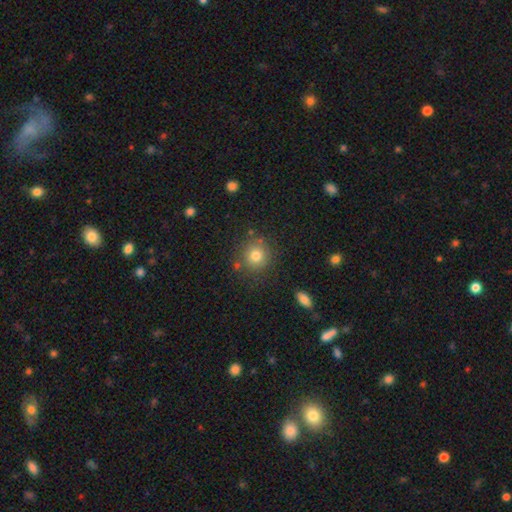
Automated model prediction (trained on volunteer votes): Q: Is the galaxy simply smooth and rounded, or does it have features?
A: smooth — 78%.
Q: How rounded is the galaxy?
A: round — 90%.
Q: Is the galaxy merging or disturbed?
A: none — 83%.